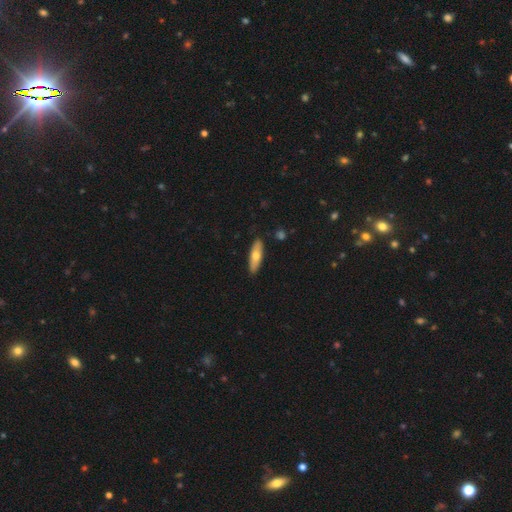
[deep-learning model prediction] Smooth or featured? Predicted: smooth (p=0.63). How rounded? Predicted: cigar-shaped (p=0.54). Merging? Predicted: none (p=0.89).